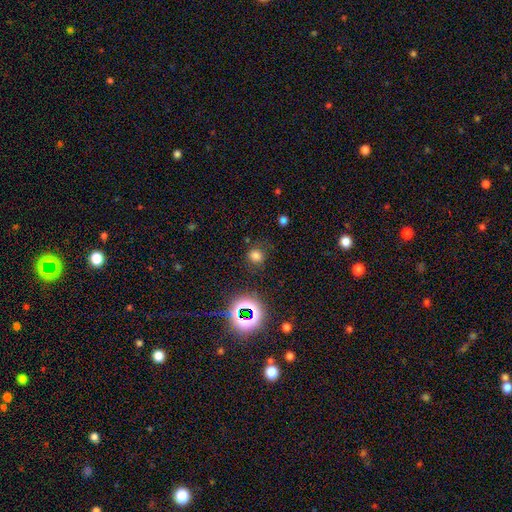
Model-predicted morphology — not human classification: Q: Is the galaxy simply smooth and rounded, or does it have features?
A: smooth — 68%.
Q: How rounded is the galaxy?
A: round — 83%.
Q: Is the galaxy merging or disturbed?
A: none — 78%.